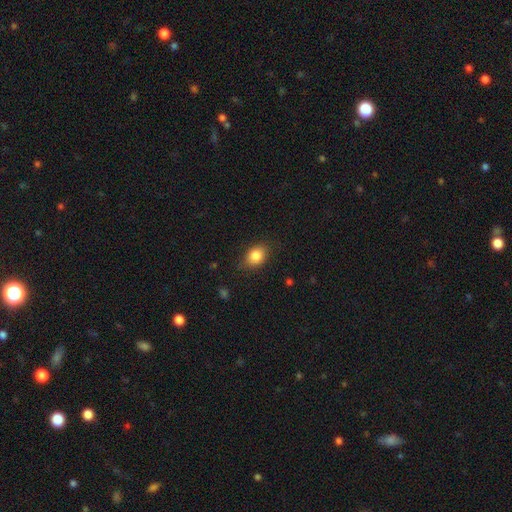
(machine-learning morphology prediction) smooth 84%, star or artifact 9%, featured or disk 7%. Down the decision tree: how rounded — in between (70%); merging — none (81%).